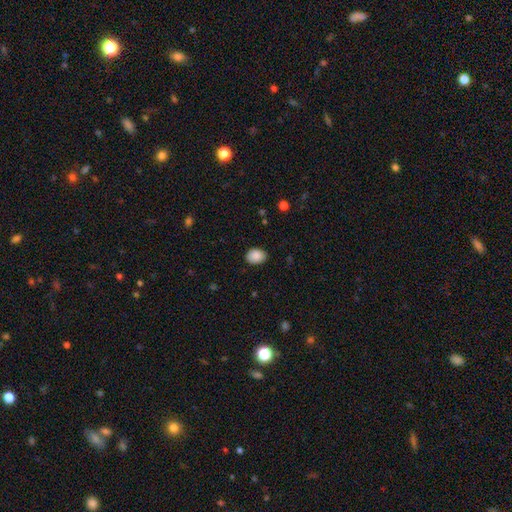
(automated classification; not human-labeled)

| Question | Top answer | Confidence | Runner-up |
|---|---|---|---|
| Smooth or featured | smooth | 89% | star or artifact (8%) |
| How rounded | in between | 65% | round (34%) |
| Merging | none | 85% | minor disturbance (12%) |